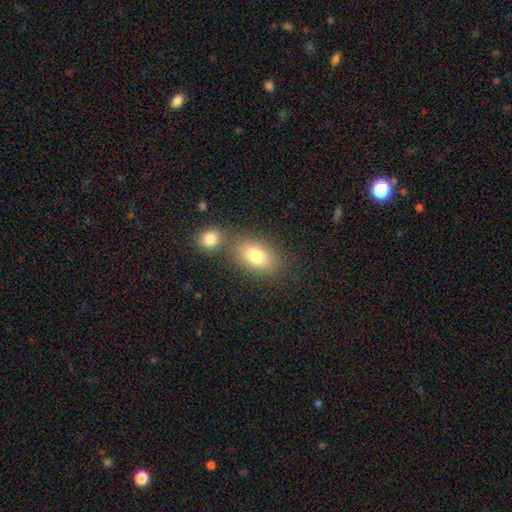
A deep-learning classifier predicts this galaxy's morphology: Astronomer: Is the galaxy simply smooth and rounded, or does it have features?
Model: smooth — 79%.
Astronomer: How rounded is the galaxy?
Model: in between — 80%.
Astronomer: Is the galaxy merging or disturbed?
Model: none — 61%.